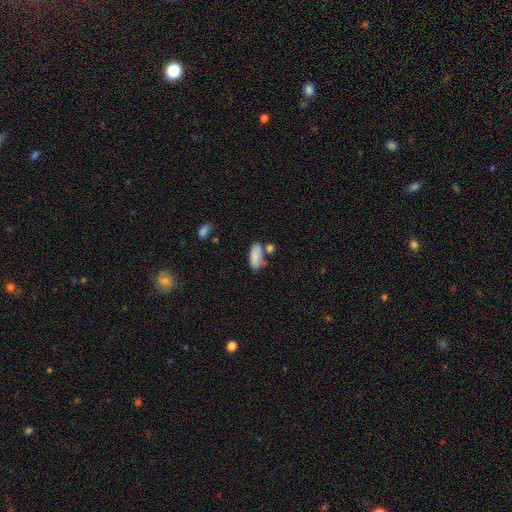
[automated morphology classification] Smooth or featured: smooth — 84% (featured or disk — 9%)
How rounded: in between — 87% (cigar-shaped — 10%)
Merging: none — 52% (merger — 22%)